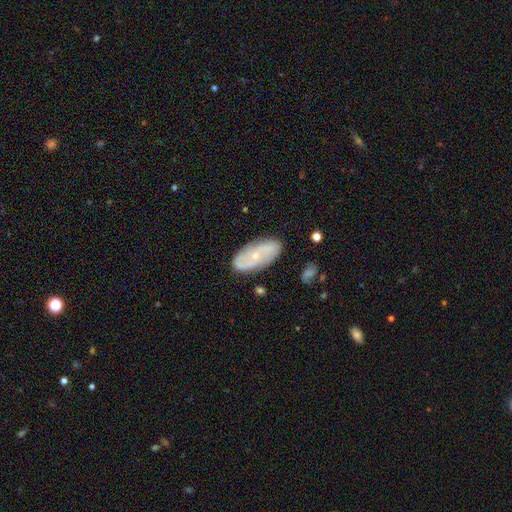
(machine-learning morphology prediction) Smooth or featured? featured or disk (67%)
Edge-on disk? no (92%)
Bar? no (62%)
Spiral arms? yes (83%)
Spiral winding? medium (38%)
Spiral arm count? 2 (68%)
Bulge size? small (79%)
Merging? none (82%)